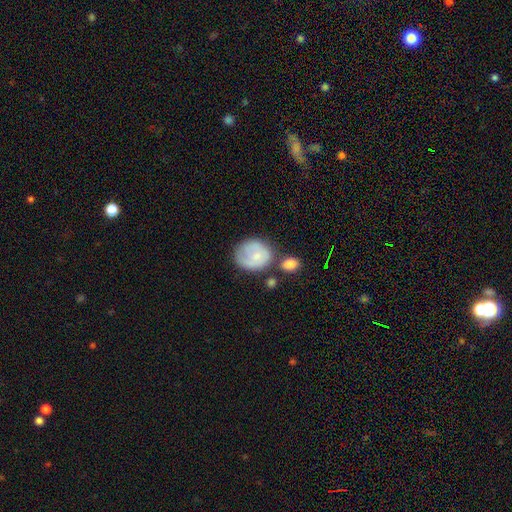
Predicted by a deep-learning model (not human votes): smooth-or-featured: smooth: 64% | featured or disk: 29% | star or artifact: 7%
  how-rounded: round: 72% | in between: 27% | cigar-shaped: 1%
  merging: none: 50% | minor disturbance: 25% | merger: 14% | major disturbance: 11%